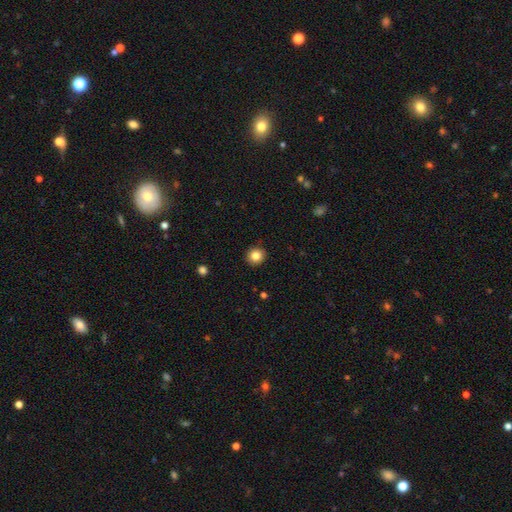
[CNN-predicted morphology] Smooth or featured?
  - smooth: 84% *
  - star or artifact: 10%
  - featured or disk: 6%
How rounded?
  - round: 90% *
  - in between: 9%
  - cigar-shaped: 1%
Merging?
  - none: 92% *
  - minor disturbance: 6%
  - major disturbance: 2%
  - merger: 1%